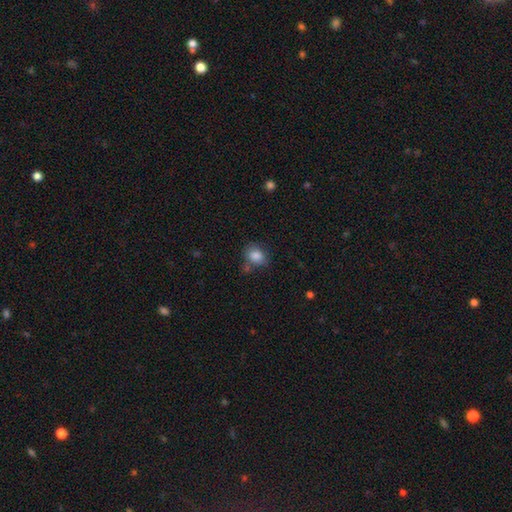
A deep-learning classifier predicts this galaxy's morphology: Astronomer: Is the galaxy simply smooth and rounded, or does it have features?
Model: smooth — 84%.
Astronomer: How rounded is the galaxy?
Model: in between — 50% (runner-up: round, 49%).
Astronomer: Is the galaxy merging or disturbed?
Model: none — 63%.